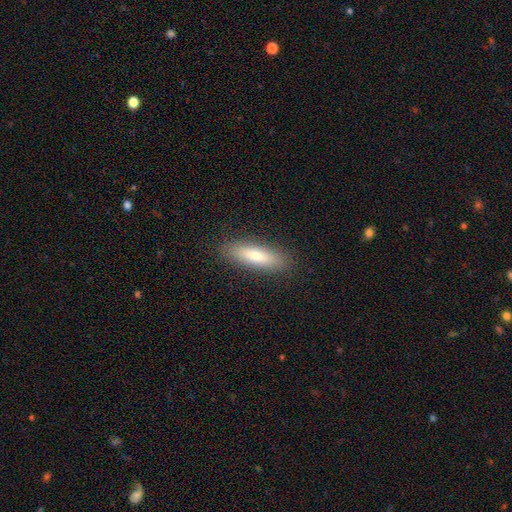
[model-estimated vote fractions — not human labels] This appears to be a smooth galaxy with no disk features (78%) that is cigar-shaped (55%). Merging: none (88%).